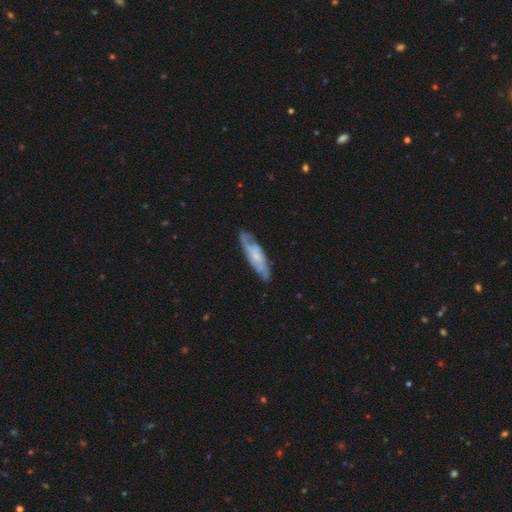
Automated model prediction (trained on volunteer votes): smooth_or_featured: featured or disk (p=0.67) [alt: smooth p=0.27]
disk_edge_on: no (p=0.72) [alt: yes p=0.28]
merging: none (p=0.75) [alt: minor disturbance p=0.19]